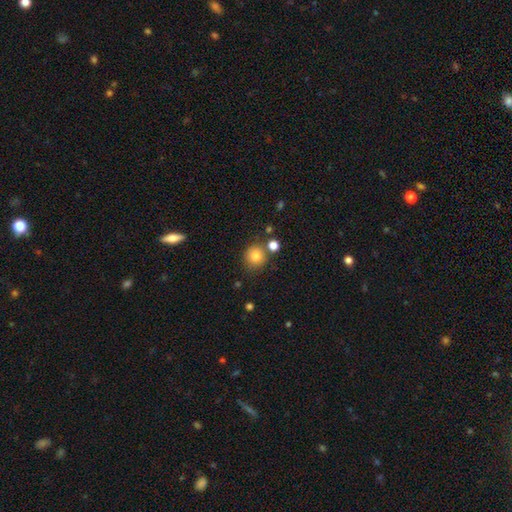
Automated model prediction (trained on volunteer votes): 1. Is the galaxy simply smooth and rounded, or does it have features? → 82% smooth, 12% star or artifact, 7% featured or disk.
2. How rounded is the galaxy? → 92% round, 7% in between, 1% cigar-shaped.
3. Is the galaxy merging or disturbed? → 77% none, 10% merger, 10% minor disturbance, 3% major disturbance.